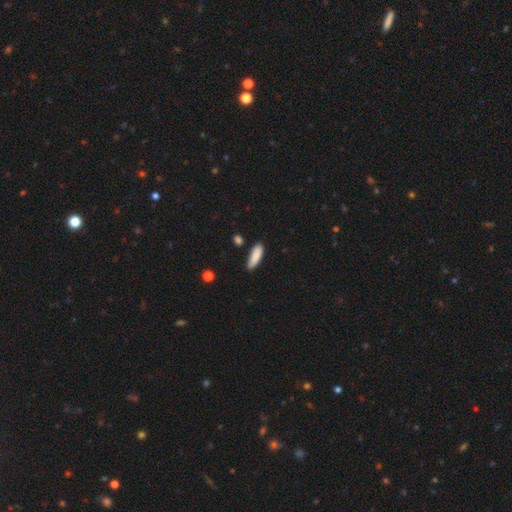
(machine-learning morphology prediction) Smooth or featured? Predicted: smooth (p=0.87). How rounded? Predicted: cigar-shaped (p=0.51). Merging? Predicted: none (p=0.73).